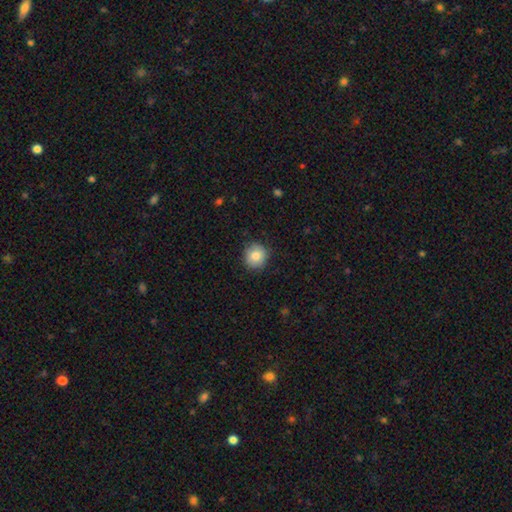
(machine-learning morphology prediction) type=smooth (85%); roundness=round (90%); merging=none (87%).